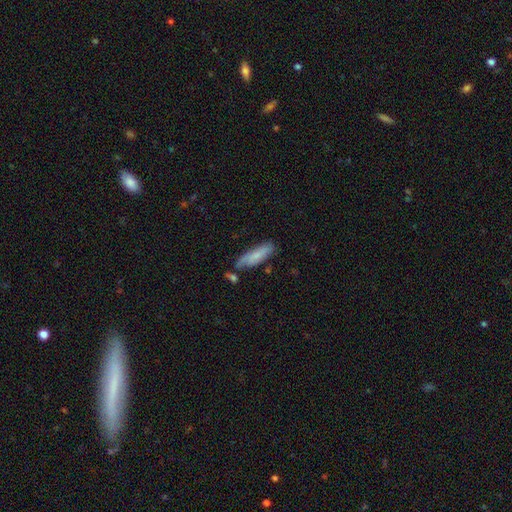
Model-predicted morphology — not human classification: A smooth galaxy with no disk features (71%) that is cigar-shaped (59%). Merging: none (59%).